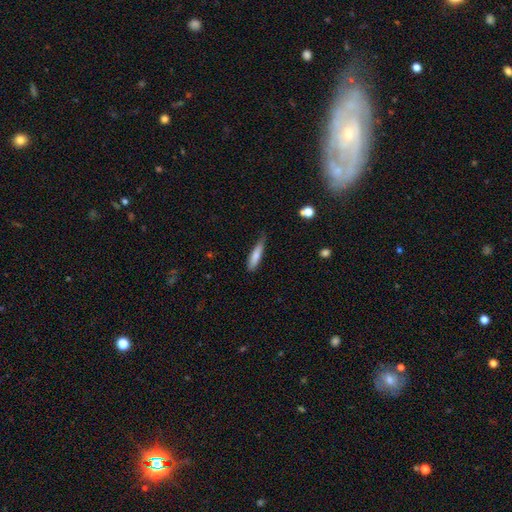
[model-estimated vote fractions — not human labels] The model was most divided on "merging": none: 60%, minor disturbance: 33%, major disturbance: 5%, merger: 2%. More confident: how rounded — cigar-shaped (79%); smooth or featured — smooth (77%).